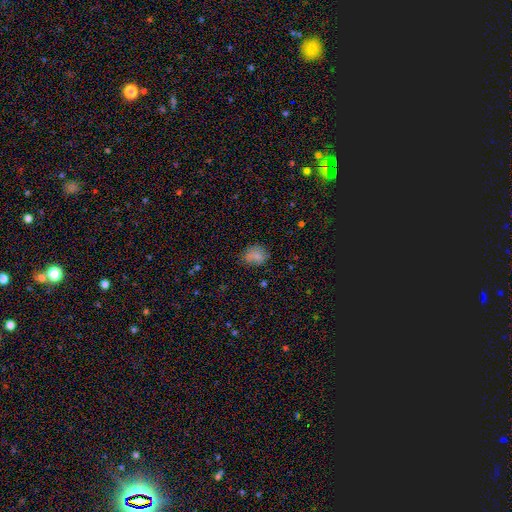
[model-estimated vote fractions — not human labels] This is likely a smooth galaxy (78%). How rounded: possibly in between (59%). Merging: likely none (65%).